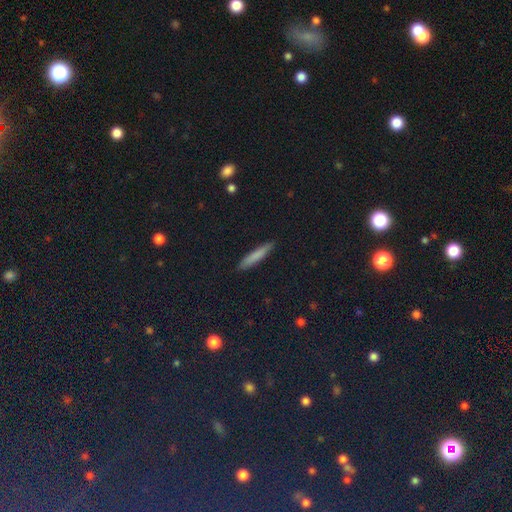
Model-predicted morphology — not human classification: A smooth galaxy with no disk features (78%) that is cigar-shaped (91%).

Vote fractions:
- Smooth or featured? smooth: 78% / featured or disk: 14% / star or artifact: 9%
- How rounded? cigar-shaped: 91% / in between: 8% / round: 2%
- Merging? none: 89% / minor disturbance: 8% / major disturbance: 2% / merger: 1%